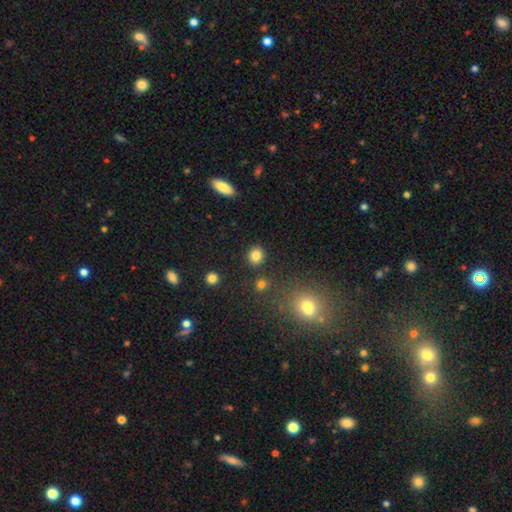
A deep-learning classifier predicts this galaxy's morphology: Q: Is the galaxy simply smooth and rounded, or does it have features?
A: smooth — 83%.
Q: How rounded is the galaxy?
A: round — 86%.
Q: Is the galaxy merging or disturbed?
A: none — 89%.